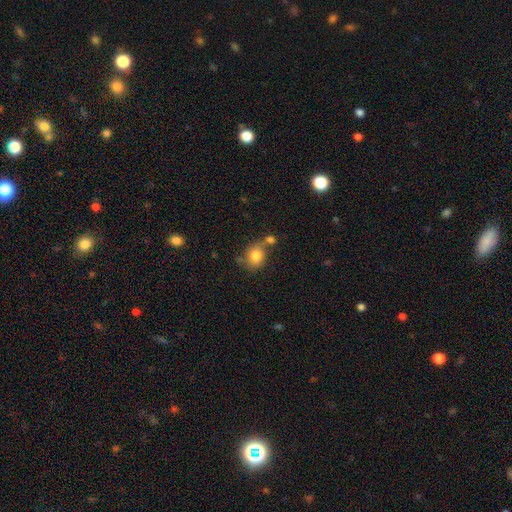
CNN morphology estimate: smooth 80%, featured or disk 11%, star or artifact 9%. Down the decision tree: how rounded — round (65%); merging — none (50%).